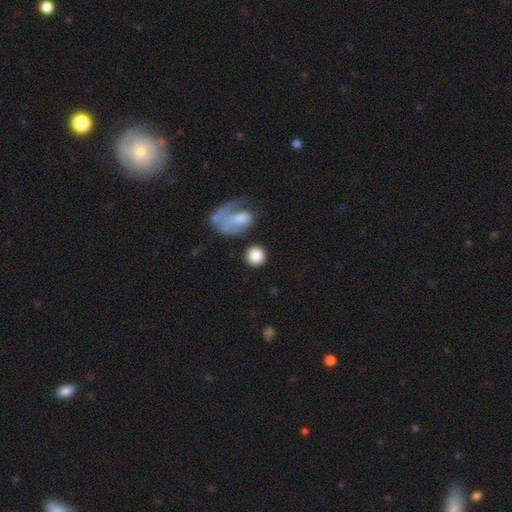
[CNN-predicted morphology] type=smooth (84%); roundness=round (90%); merging=none (77%).